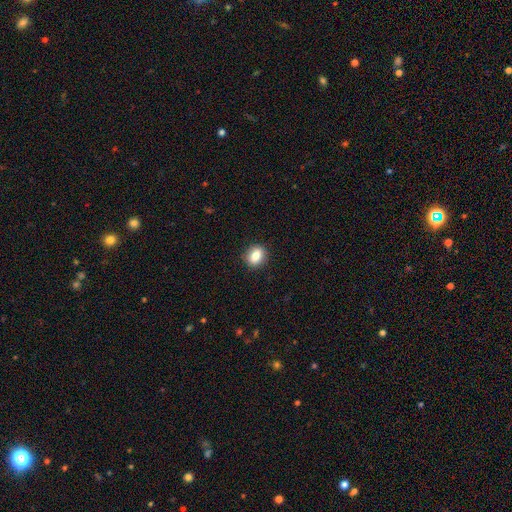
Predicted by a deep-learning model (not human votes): Smooth or featured?
  - smooth: 83% *
  - star or artifact: 9%
  - featured or disk: 8%
How rounded?
  - in between: 53% *
  - round: 45%
  - cigar-shaped: 1%
Merging?
  - none: 90% *
  - minor disturbance: 7%
  - major disturbance: 2%
  - merger: 1%